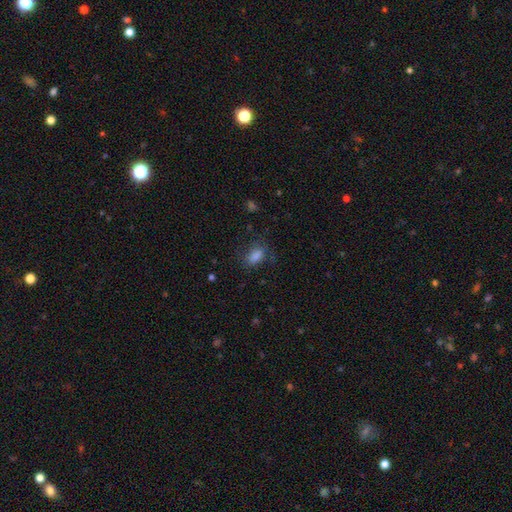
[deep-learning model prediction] Q: Smooth or featured?
A: smooth (78%); runner-up: star or artifact (13%)
Q: How rounded?
A: in between (84%); runner-up: round (11%)
Q: Merging?
A: none (69%); runner-up: minor disturbance (19%)